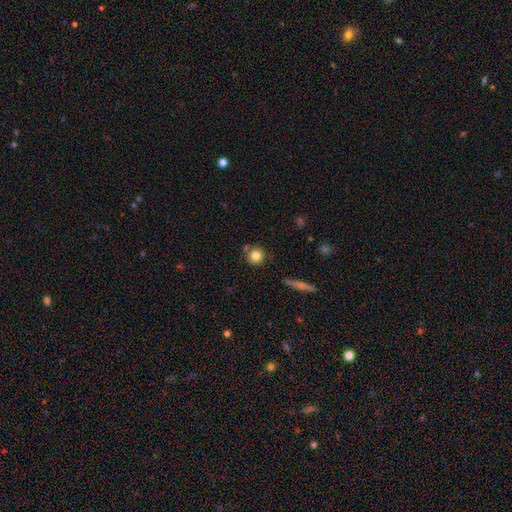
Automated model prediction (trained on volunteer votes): Smooth or featured?
  - smooth: 81% *
  - star or artifact: 10%
  - featured or disk: 8%
How rounded?
  - round: 93% *
  - in between: 6%
  - cigar-shaped: 1%
Merging?
  - none: 79% *
  - minor disturbance: 9%
  - merger: 9%
  - major disturbance: 3%